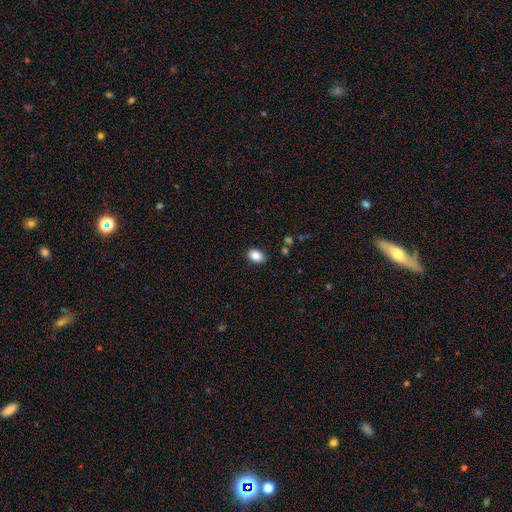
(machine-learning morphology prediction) This appears to be a smooth galaxy with no disk features (86%) that is in between round and cigar-shaped (75%). Merging: none (87%).